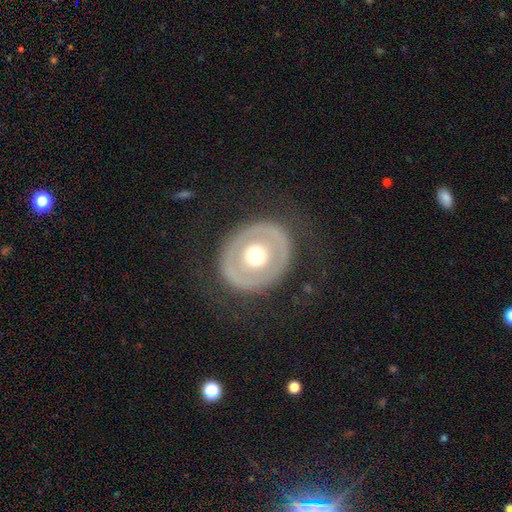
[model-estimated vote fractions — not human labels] A featured or disk galaxy (56%) with no bar (89%), no spiral arms (89%) and a moderate central bulge (67%).

Vote fractions:
- Smooth or featured? featured or disk: 56% / smooth: 38% / star or artifact: 6%
- Edge-on disk? no: 94% / yes: 6%
- Bar? no: 89% / weak: 7% / strong: 4%
- Spiral arms? no: 89% / yes: 11%
- Bulge size? moderate: 67% / large: 24% / small: 6% / dominant: 2% / none: 1%
- Merging? none: 78% / minor disturbance: 12% / major disturbance: 9% / merger: 1%